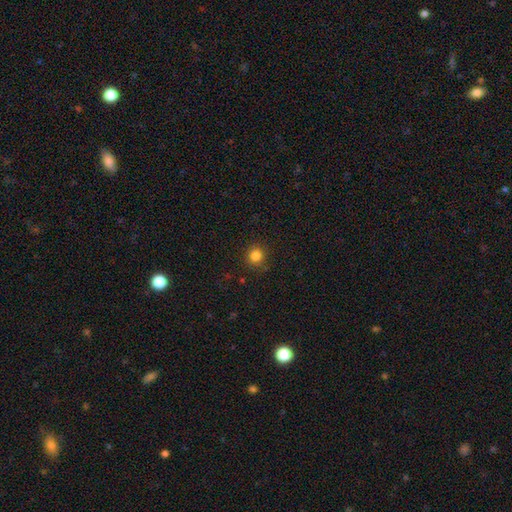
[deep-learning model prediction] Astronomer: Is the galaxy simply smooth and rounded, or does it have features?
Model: smooth — 83%.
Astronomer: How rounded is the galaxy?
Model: round — 92%.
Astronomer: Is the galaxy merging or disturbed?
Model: none — 90%.